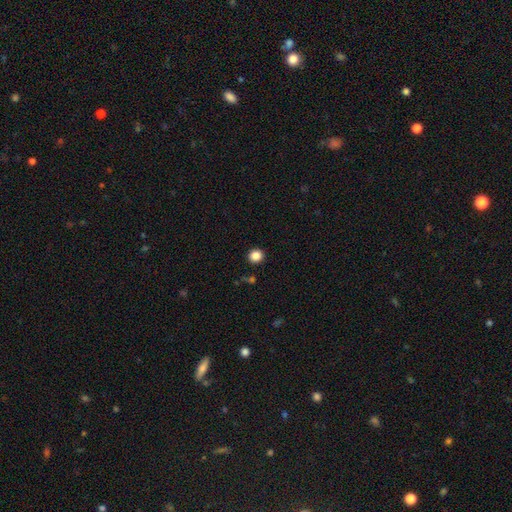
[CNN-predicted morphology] This appears to be a smooth galaxy with no disk features (86%) that is round (89%). Merging: none (90%).